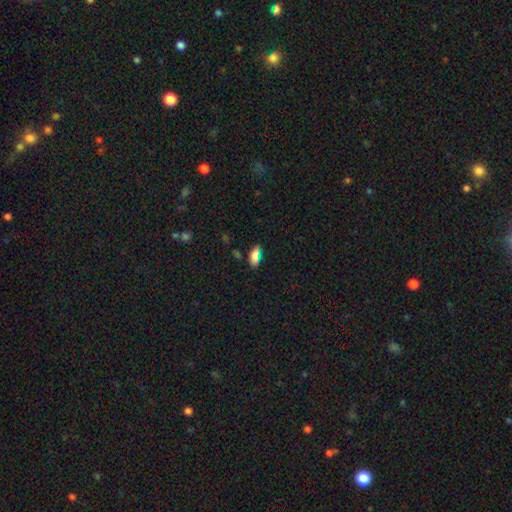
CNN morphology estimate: Smooth or featured? smooth (81%)
How rounded? in between (85%)
Merging? none (76%)